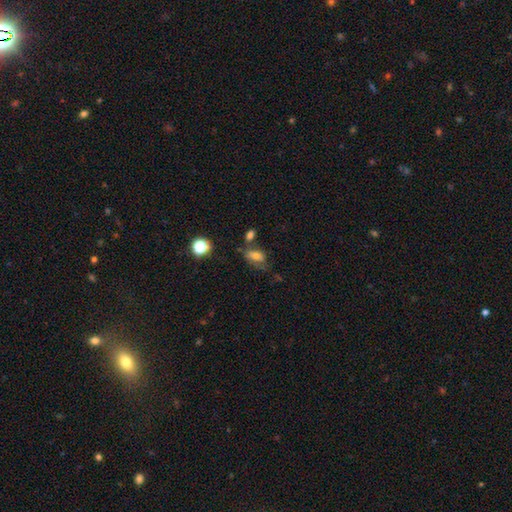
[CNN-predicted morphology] Smooth or featured?
  - smooth: 63% *
  - featured or disk: 25%
  - star or artifact: 13%
How rounded?
  - in between: 84% *
  - round: 11%
  - cigar-shaped: 5%
Merging?
  - none: 42% *
  - minor disturbance: 24%
  - merger: 18%
  - major disturbance: 16%